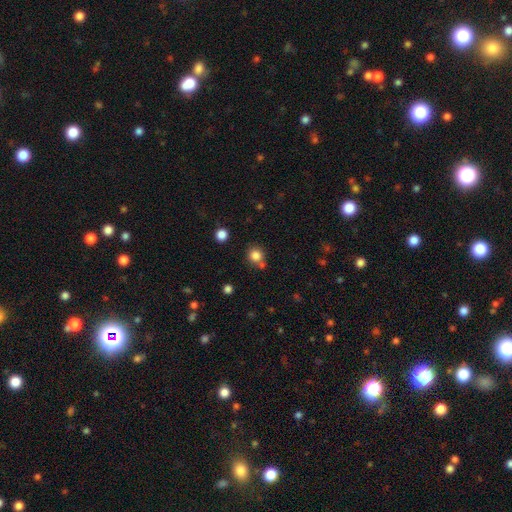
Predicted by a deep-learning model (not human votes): Smooth or featured? Predicted: smooth (p=0.83). How rounded? Predicted: round (p=0.86). Merging? Predicted: none (p=0.69).